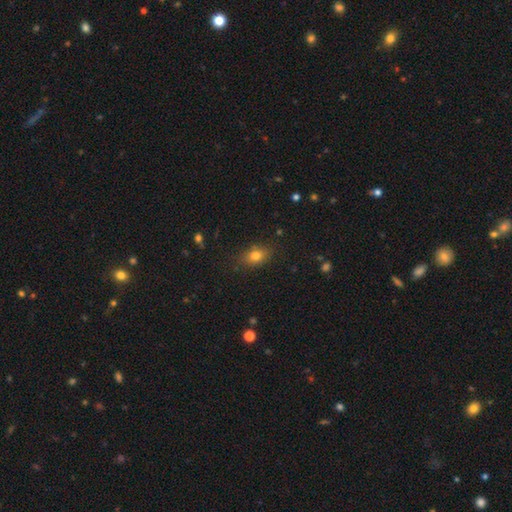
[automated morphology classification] type=smooth (78%); roundness=in between (70%); merging=none (80%).